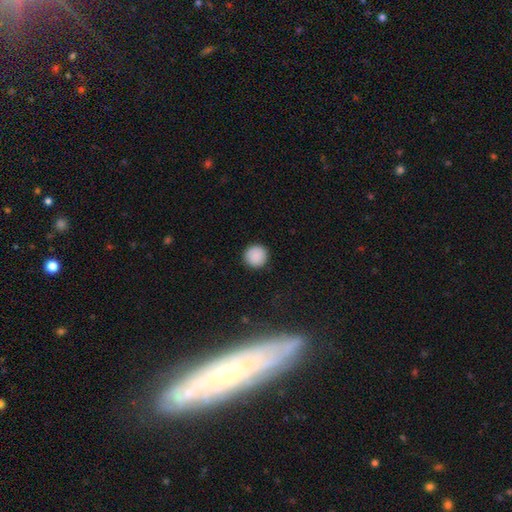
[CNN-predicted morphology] smooth_or_featured: smooth (p=0.89) [alt: star or artifact p=0.08]
how_rounded: round (p=0.95) [alt: in between p=0.04]
merging: none (p=0.92) [alt: minor disturbance p=0.05]